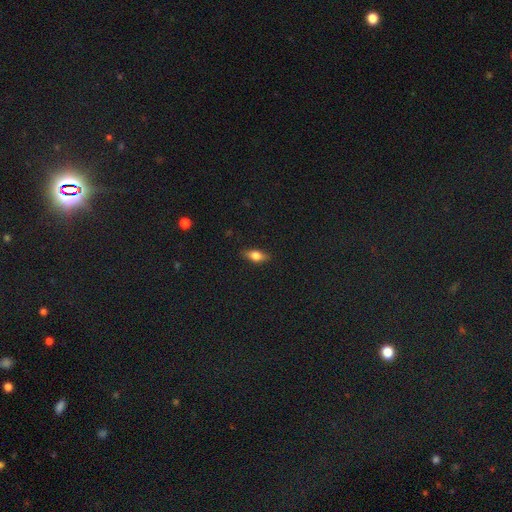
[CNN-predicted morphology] type=smooth (68%); roundness=in between (76%); merging=none (86%).